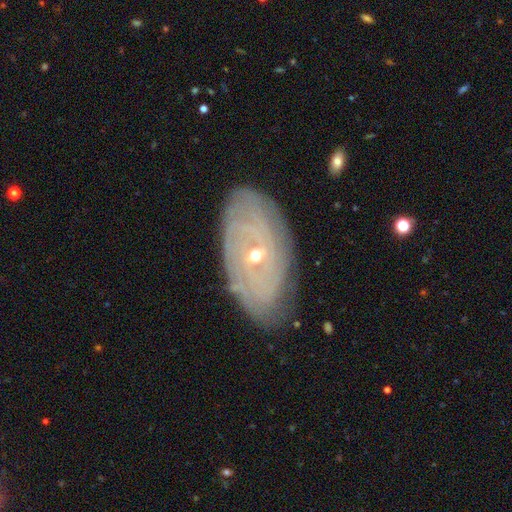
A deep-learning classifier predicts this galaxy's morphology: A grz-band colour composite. It shows a featured or disk galaxy (83%) with no bar (62%), tight (83%) spiral arms (91%) and a small central bulge (54%). Merging: none (79%).